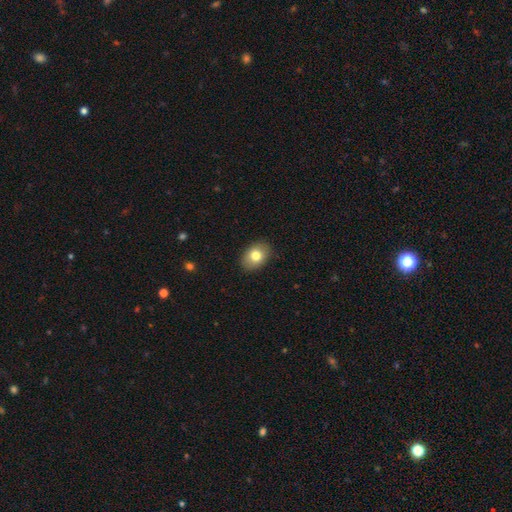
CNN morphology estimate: Smooth or featured? smooth (80%)
How rounded? in between (77%)
Merging? none (88%)